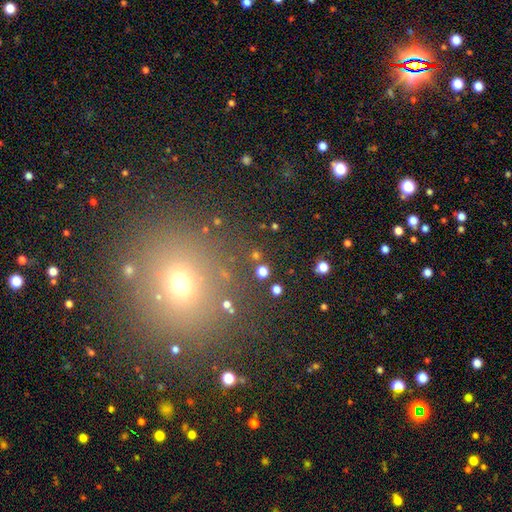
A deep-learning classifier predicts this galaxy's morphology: The model was most divided on "smooth or featured": smooth: 47%, star or artifact: 40%, featured or disk: 13%. More confident: merging — none (80%).